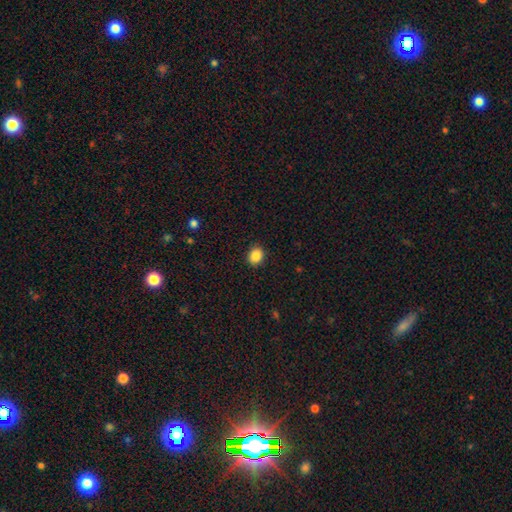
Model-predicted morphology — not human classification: Smooth or featured? Predicted: smooth (p=0.87). How rounded? Predicted: round (p=0.69). Merging? Predicted: none (p=0.91).